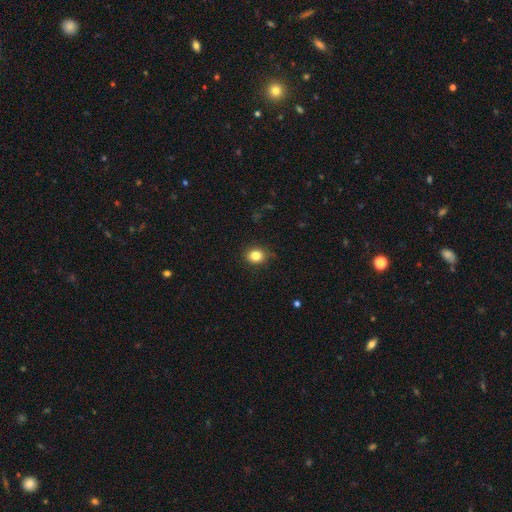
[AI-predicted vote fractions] This appears to be a smooth galaxy with no disk features (83%) that is round (73%). Merging: none (86%).